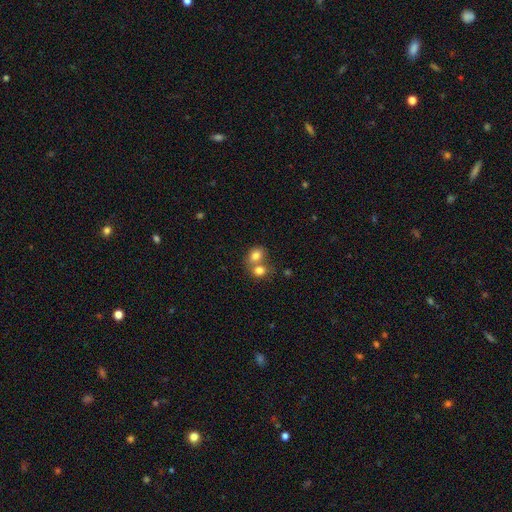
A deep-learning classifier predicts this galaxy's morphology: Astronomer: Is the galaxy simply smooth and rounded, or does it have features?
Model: smooth — 79%.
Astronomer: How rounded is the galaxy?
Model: in between — 50% (runner-up: round, 49%).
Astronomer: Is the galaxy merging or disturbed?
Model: merger — 58%.